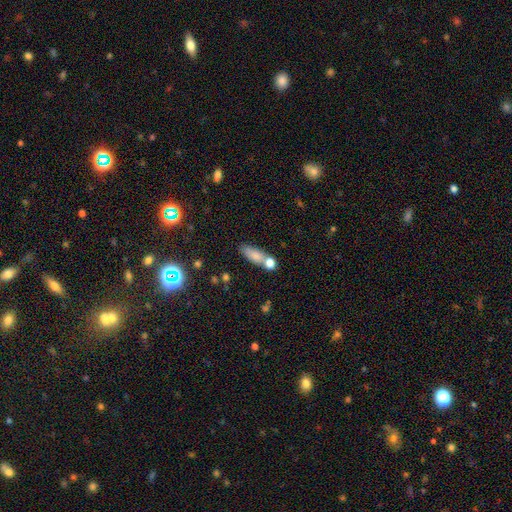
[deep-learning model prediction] Morphology: type=smooth (78%); roundness=in between (64%); merging=none (53%).